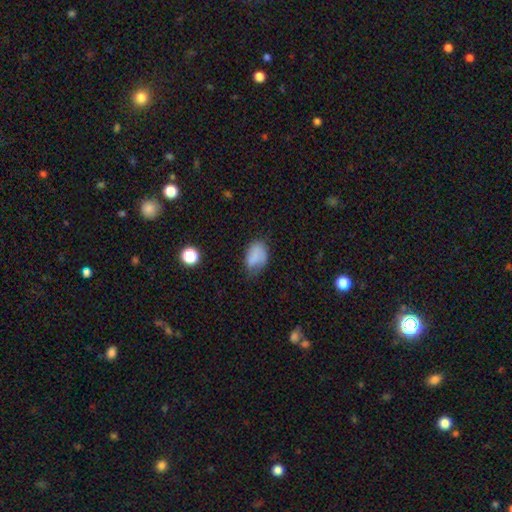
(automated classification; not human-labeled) smooth 77%, featured or disk 13%, star or artifact 10%. Down the decision tree: how rounded — in between (82%); merging — none (44%).